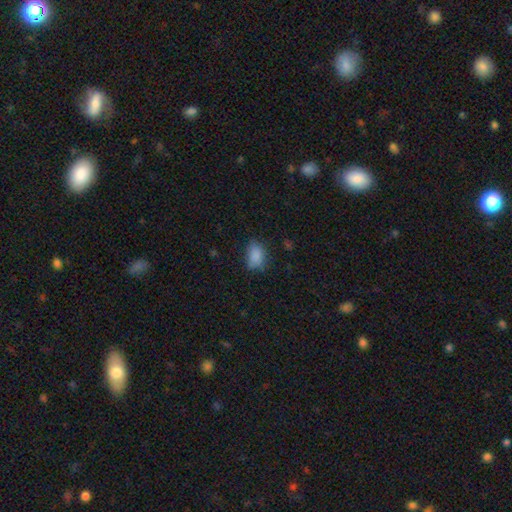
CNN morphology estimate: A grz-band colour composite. It shows a smooth galaxy with no disk features (84%) that is in between round and cigar-shaped (85%). Merging: none (63%).